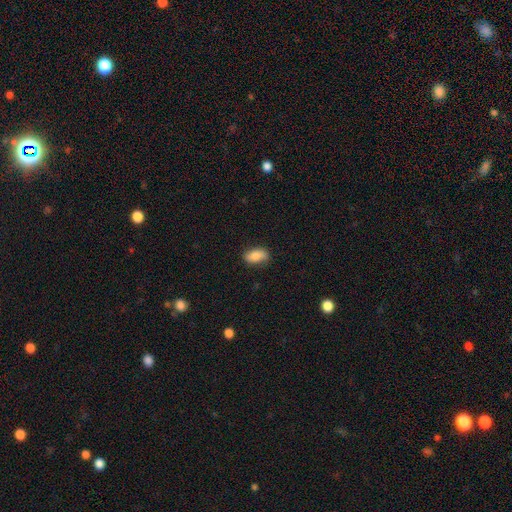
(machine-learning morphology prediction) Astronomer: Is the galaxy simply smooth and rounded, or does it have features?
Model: smooth — 79%.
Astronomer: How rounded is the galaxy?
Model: in between — 90%.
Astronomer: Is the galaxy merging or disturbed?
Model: none — 76%.